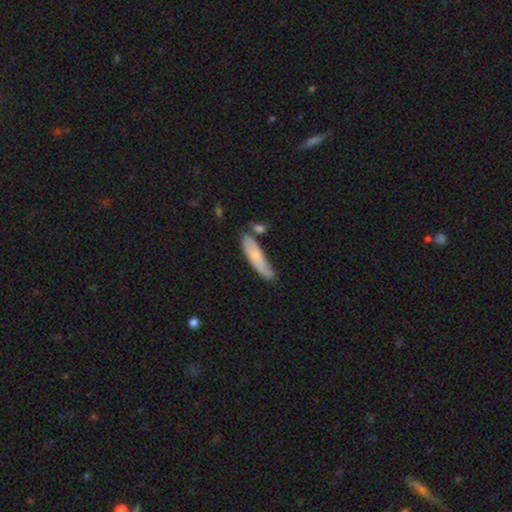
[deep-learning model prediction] smooth-or-featured: smooth: 72% | featured or disk: 22% | star or artifact: 6%
  how-rounded: cigar-shaped: 72% | in between: 26% | round: 2%
  merging: none: 61% | minor disturbance: 23% | merger: 10% | major disturbance: 5%